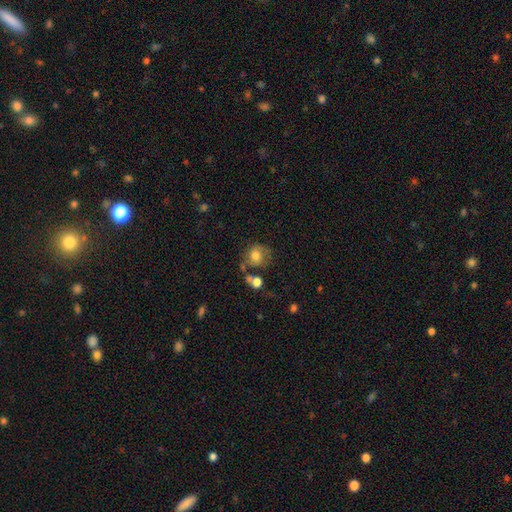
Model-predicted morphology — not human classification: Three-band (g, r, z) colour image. It shows a smooth galaxy with no disk features (69%) that is round (73%). Merging: none (46%).